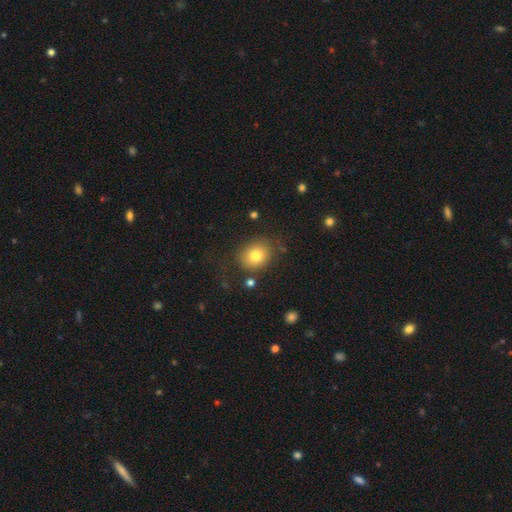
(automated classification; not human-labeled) Smooth or featured: smooth — 78% (star or artifact — 11%)
How rounded: round — 63% (in between — 37%)
Merging: none — 78% (minor disturbance — 14%)